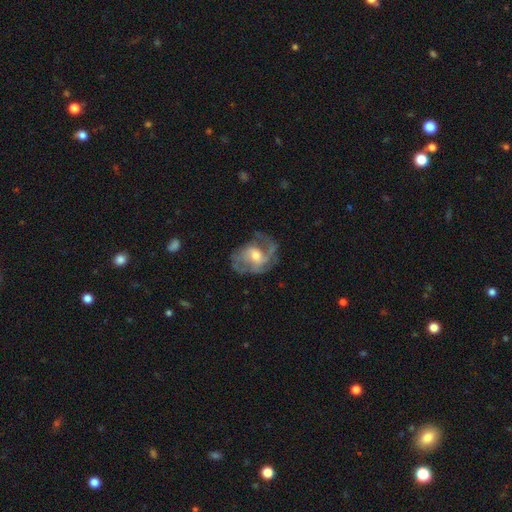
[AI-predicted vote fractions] Smooth or featured? Predicted: featured or disk (p=0.77). Edge-on disk? Predicted: no (p=0.97). Bar? Predicted: no (p=0.51). Spiral arms? Predicted: yes (p=0.86). Spiral winding? Predicted: medium (p=0.46). Spiral arm count? Predicted: 2 (p=0.41). Bulge size? Predicted: moderate (p=0.61). Merging? Predicted: none (p=0.54).